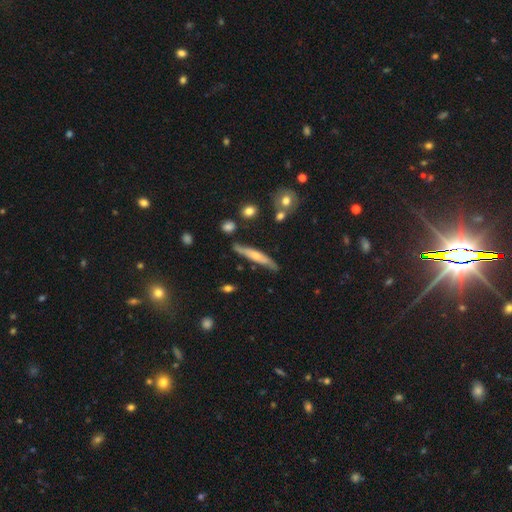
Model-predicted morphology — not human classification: featured or disk 48%, smooth 46%, star or artifact 6%. Down the decision tree: merging — none (74%).